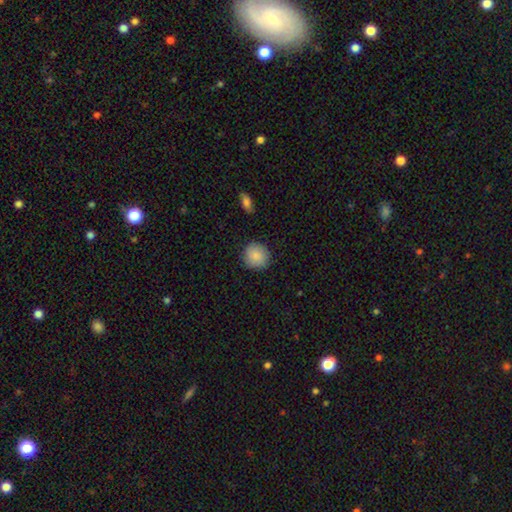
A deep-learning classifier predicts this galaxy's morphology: Smooth or featured? smooth (87%)
How rounded? round (91%)
Merging? none (88%)